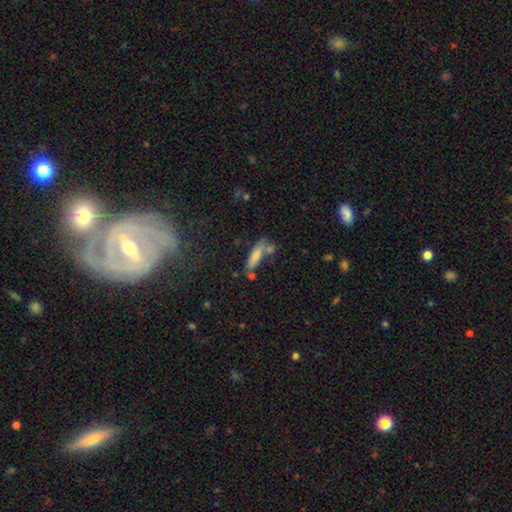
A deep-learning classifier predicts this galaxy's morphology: Smooth or featured?
  - smooth: 75% *
  - featured or disk: 16%
  - star or artifact: 9%
How rounded?
  - cigar-shaped: 61% *
  - in between: 37%
  - round: 2%
Merging?
  - none: 51% *
  - merger: 23%
  - minor disturbance: 18%
  - major disturbance: 8%